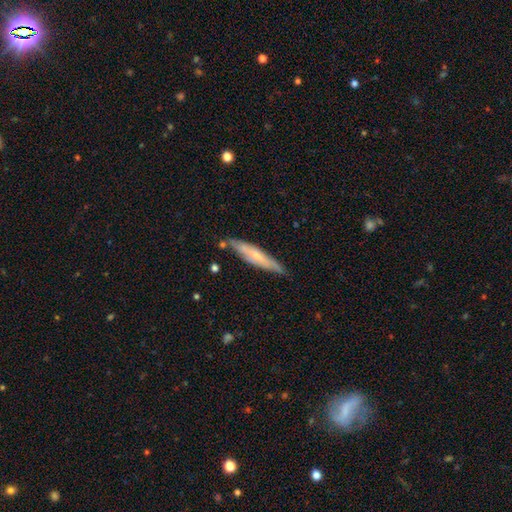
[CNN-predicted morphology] Smooth or featured? smooth (48%)
Merging? none (77%)